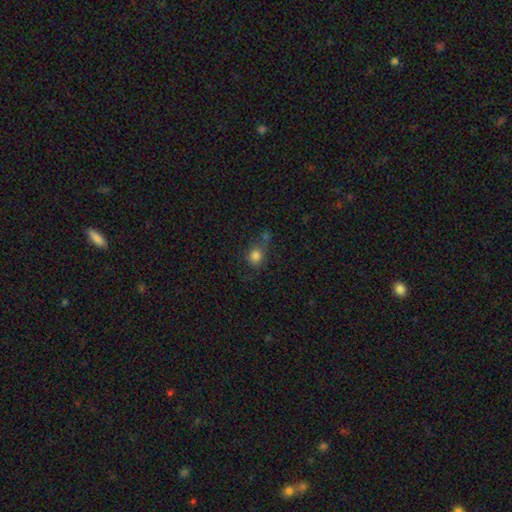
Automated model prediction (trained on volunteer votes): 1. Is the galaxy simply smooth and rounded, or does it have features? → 81% smooth, 12% star or artifact, 7% featured or disk.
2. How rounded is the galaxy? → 75% round, 23% in between, 1% cigar-shaped.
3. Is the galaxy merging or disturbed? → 50% none, 23% merger, 18% minor disturbance, 9% major disturbance.